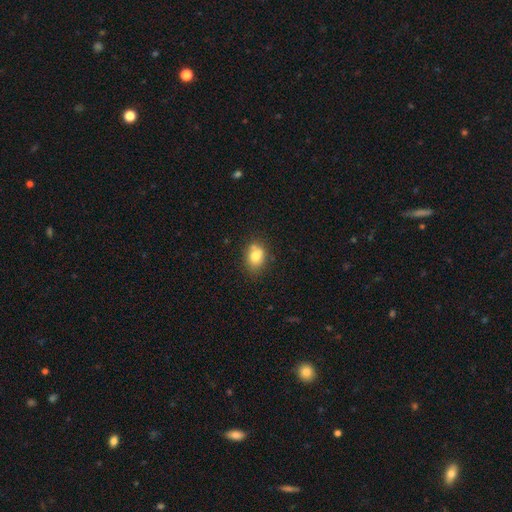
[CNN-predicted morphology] A smooth galaxy with no disk features (77%) that is in between round and cigar-shaped (61%).

Vote fractions:
- Smooth or featured? smooth: 77% / featured or disk: 13% / star or artifact: 10%
- How rounded? in between: 61% / round: 38% / cigar-shaped: 1%
- Merging? none: 61% / minor disturbance: 20% / merger: 14% / major disturbance: 5%